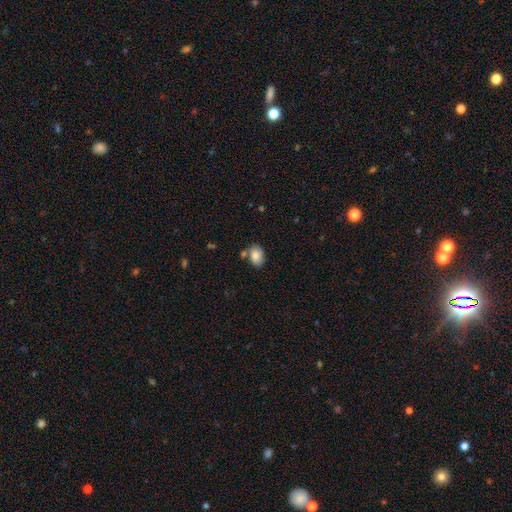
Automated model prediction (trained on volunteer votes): Overall: smooth (80%). How rounded: in between (82%). Merging: none (67%).